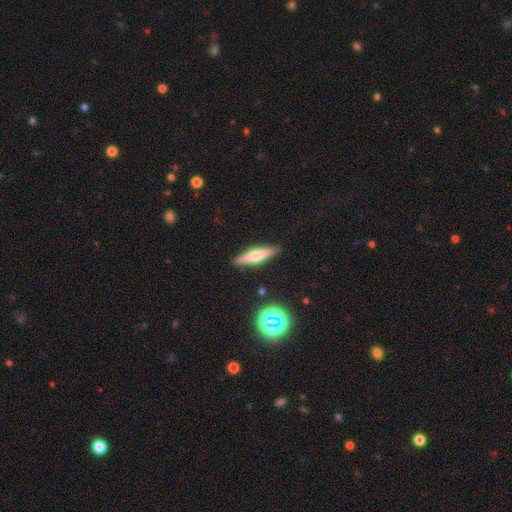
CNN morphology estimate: Smooth or featured?
  - featured or disk: 49% *
  - smooth: 42%
  - star or artifact: 9%
Merging?
  - none: 89% *
  - minor disturbance: 8%
  - major disturbance: 2%
  - merger: 1%